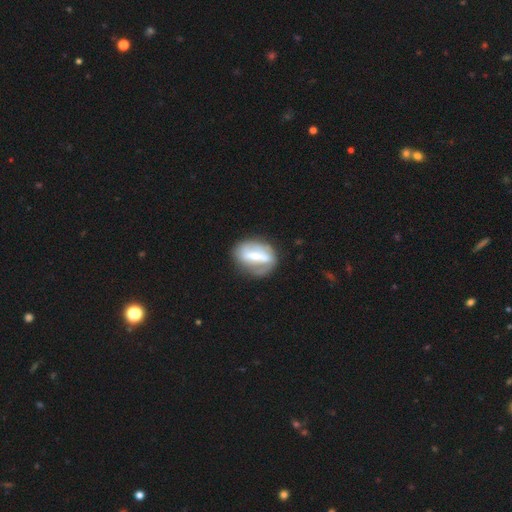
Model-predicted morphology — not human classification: type=featured or disk (61%); edge-on=no (88%); bar=strong (64%); spiral arms=no (62%); bulge=moderate (49%); merging=none (67%).